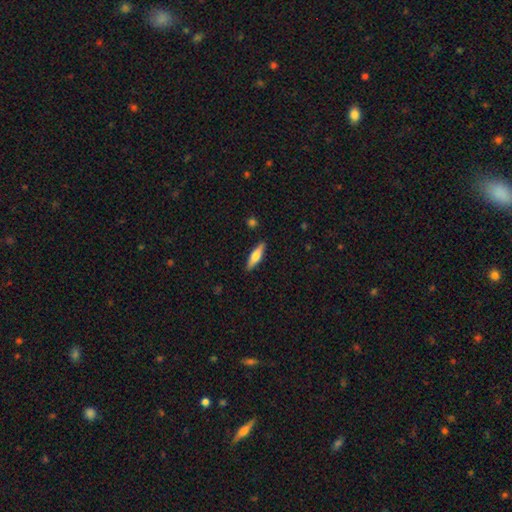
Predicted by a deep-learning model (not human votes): Smooth or featured? smooth (60%)
How rounded? cigar-shaped (65%)
Merging? none (89%)